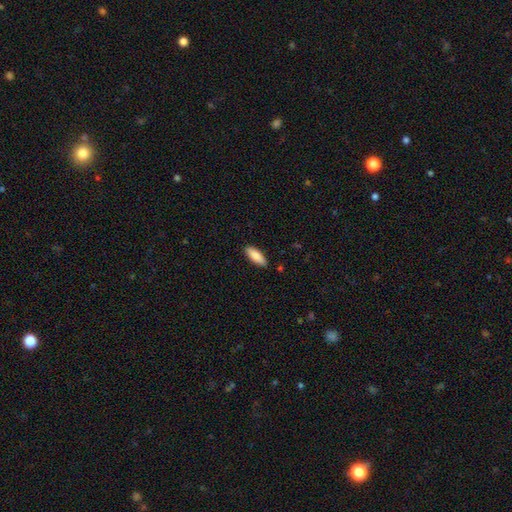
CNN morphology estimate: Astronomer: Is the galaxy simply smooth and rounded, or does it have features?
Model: smooth — 87%.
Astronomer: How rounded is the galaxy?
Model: in between — 68%.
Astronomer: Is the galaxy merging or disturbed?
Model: none — 88%.